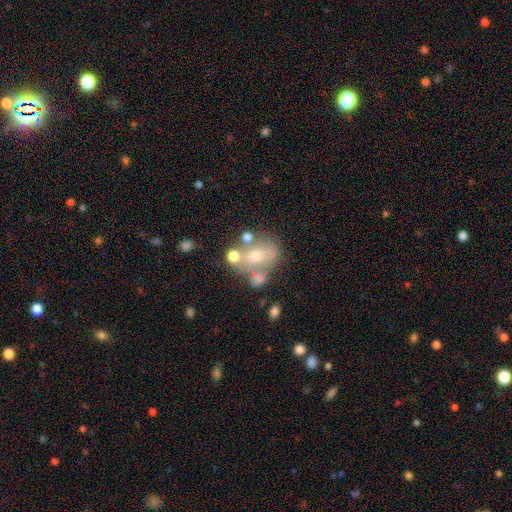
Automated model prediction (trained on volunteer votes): Smooth or featured?
  - featured or disk: 43% *
  - smooth: 42%
  - star or artifact: 16%
Merging?
  - none: 36% *
  - merger: 33%
  - minor disturbance: 17%
  - major disturbance: 14%